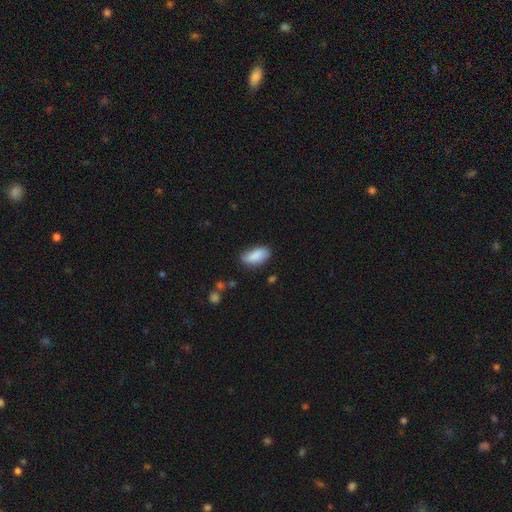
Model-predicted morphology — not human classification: The model was most divided on "merging": none: 72%, minor disturbance: 22%, major disturbance: 4%, merger: 2%. More confident: how rounded — in between (90%); smooth or featured — smooth (85%).